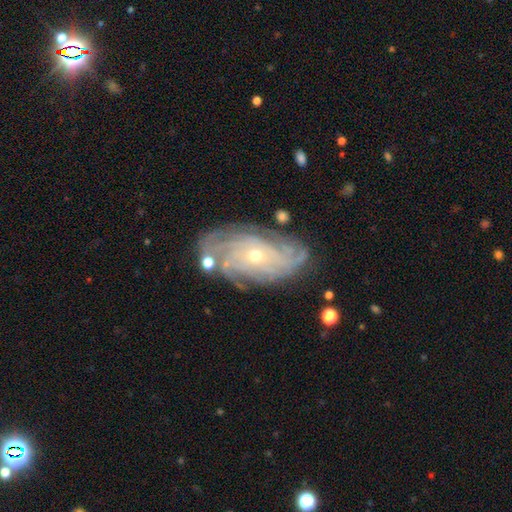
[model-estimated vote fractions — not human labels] Morphology: type=featured or disk (87%); edge-on=no (96%); bar=no (79%); spiral arms=yes (96%); winding=tight (75%); arm count=more than 4 (27%); bulge=small (63%); merging=none (76%).